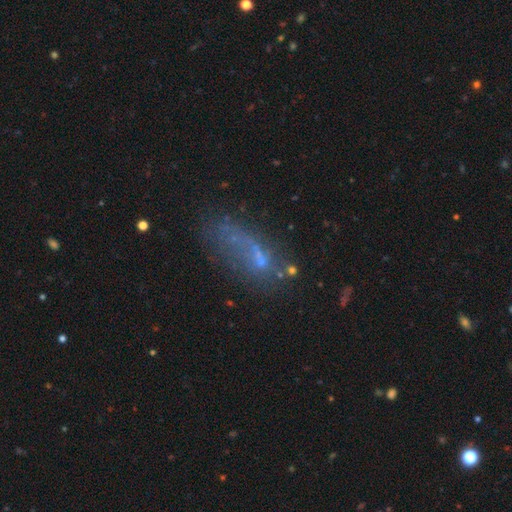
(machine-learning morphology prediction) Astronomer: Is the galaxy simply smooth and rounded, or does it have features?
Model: smooth — 41% (runner-up: featured or disk, 38%).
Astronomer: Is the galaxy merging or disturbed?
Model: none — 37% (runner-up: major disturbance, 29%).